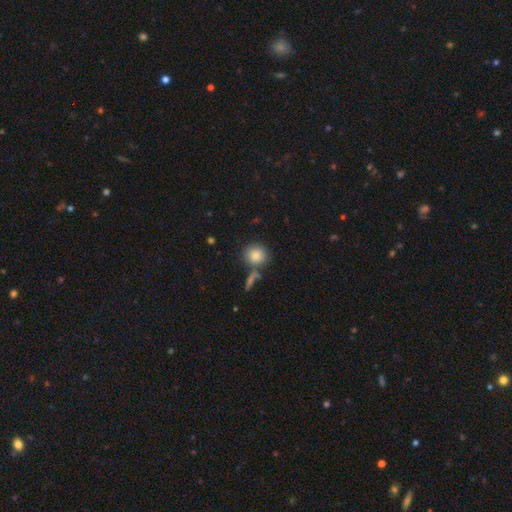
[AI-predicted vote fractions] Smooth or featured?
  - smooth: 83% *
  - star or artifact: 9%
  - featured or disk: 8%
How rounded?
  - round: 87% *
  - in between: 12%
  - cigar-shaped: 1%
Merging?
  - none: 69% *
  - merger: 16%
  - minor disturbance: 11%
  - major disturbance: 4%